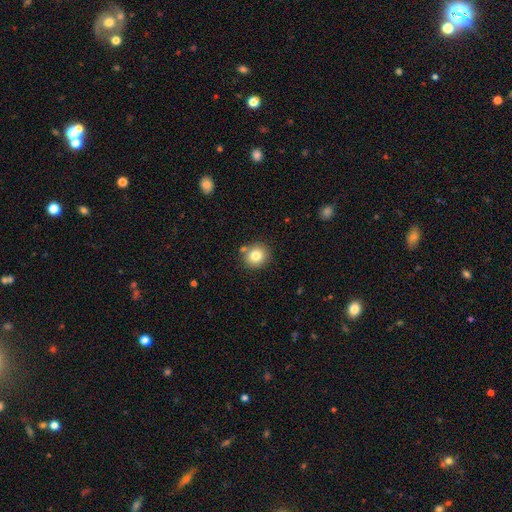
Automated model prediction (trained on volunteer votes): This appears to be a smooth galaxy with no disk features (81%) that is round (86%). Merging: none (82%).